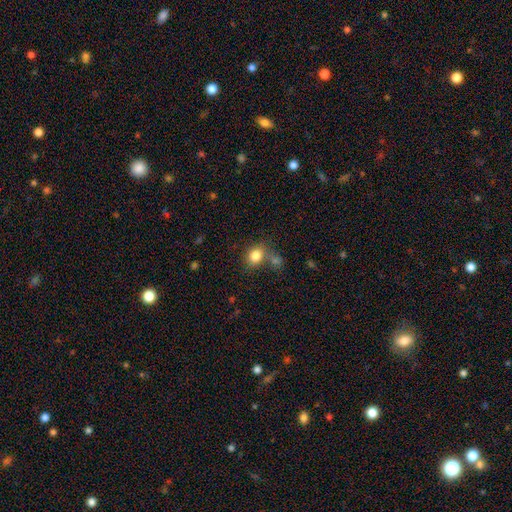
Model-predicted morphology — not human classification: Q: Smooth or featured?
A: smooth (82%); runner-up: star or artifact (10%)
Q: How rounded?
A: round (55%); runner-up: in between (44%)
Q: Merging?
A: none (58%); runner-up: merger (20%)